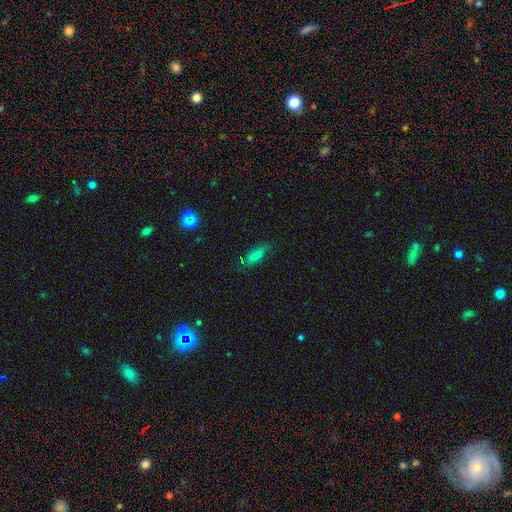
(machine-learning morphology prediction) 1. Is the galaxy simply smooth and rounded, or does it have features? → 70% smooth, 18% featured or disk, 12% star or artifact.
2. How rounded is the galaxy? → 57% in between, 40% cigar-shaped, 3% round.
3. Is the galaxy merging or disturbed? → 79% none, 16% minor disturbance, 3% major disturbance, 2% merger.